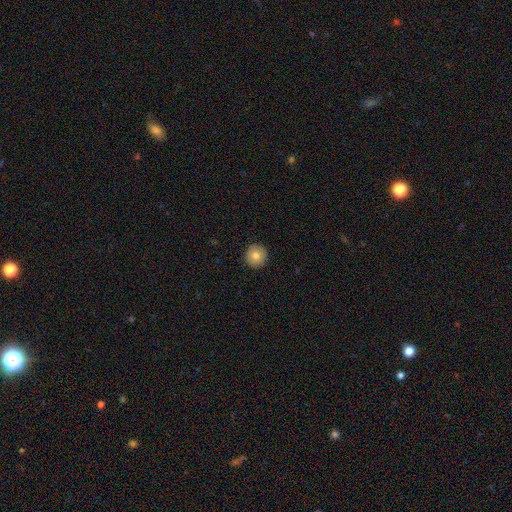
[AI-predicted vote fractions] Morphology: type=smooth (80%); roundness=round (96%); merging=none (92%).